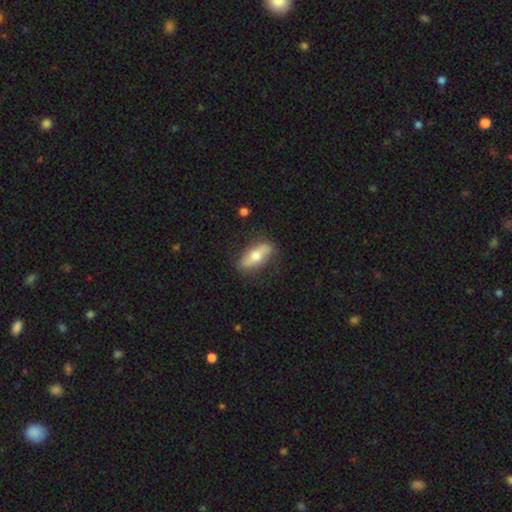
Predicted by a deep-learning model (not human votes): A featured or disk galaxy (47%, tied with smooth). Merging: none (79%).